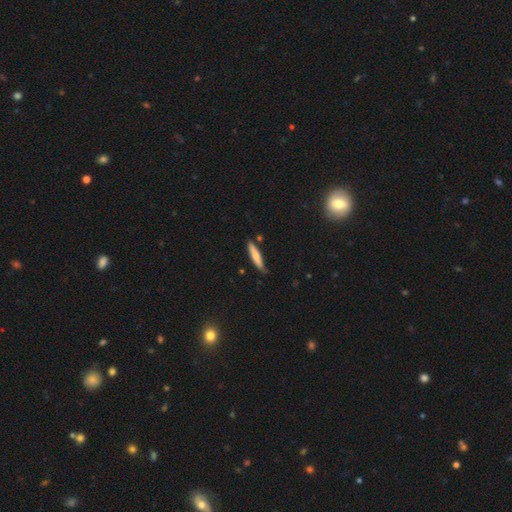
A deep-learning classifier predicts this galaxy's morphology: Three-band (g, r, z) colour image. It shows a smooth galaxy with no disk features (66%) that is cigar-shaped (88%). Merging: none (79%).